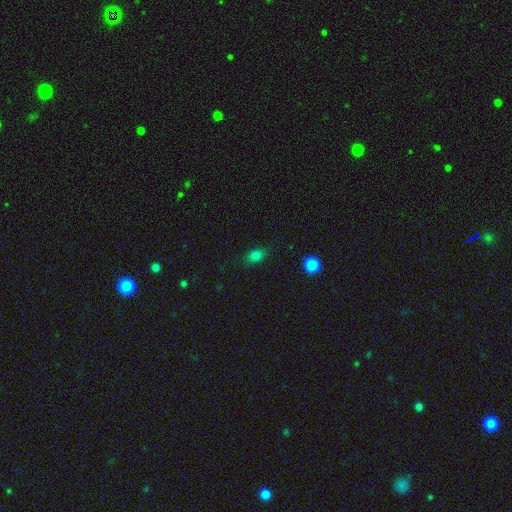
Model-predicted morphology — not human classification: Overall: smooth (80%). How rounded: in between (71%). Merging: none (83%).